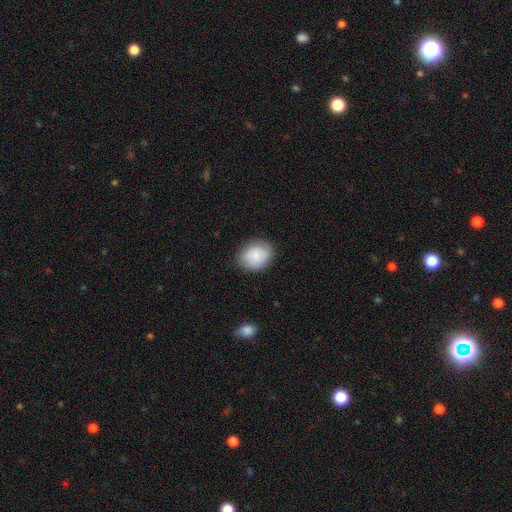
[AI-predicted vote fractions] Smooth or featured: smooth — 85% (featured or disk — 8%)
How rounded: in between — 53% (round — 46%)
Merging: none — 83% (minor disturbance — 13%)